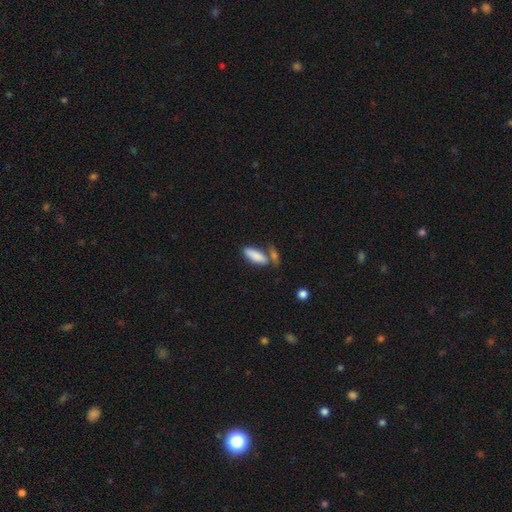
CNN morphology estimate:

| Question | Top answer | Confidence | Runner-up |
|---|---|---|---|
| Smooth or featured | smooth | 86% | featured or disk (8%) |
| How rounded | in between | 71% | cigar-shaped (27%) |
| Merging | none | 54% | merger (25%) |